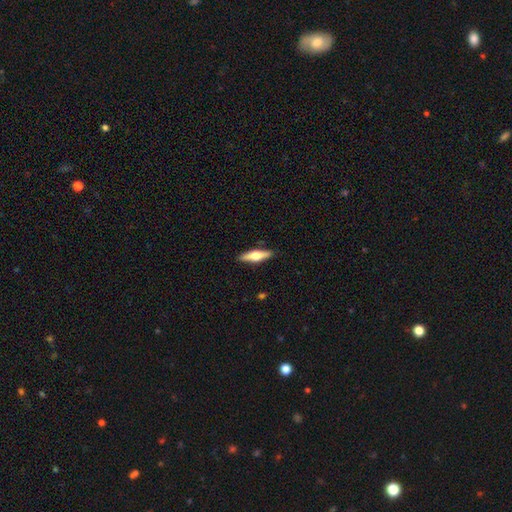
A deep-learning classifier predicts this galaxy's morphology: Smooth or featured: featured or disk — 53% (smooth — 41%)
Edge-on disk: yes — 94% (no — 6%)
Edge-on bulge: rounded — 95% (boxy — 3%)
Merging: none — 90% (minor disturbance — 8%)